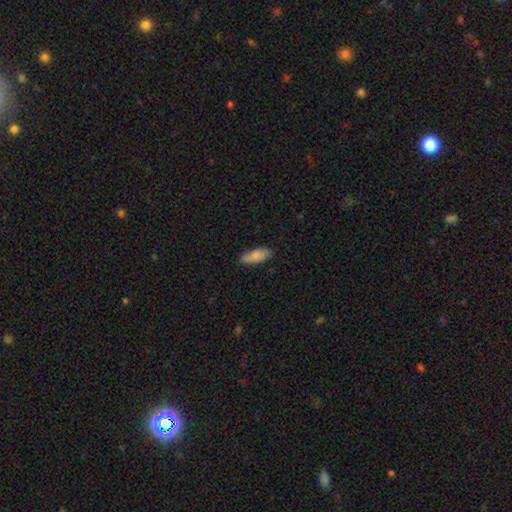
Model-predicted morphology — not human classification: Overall: smooth (82%). How rounded: in between (73%). Merging: none (82%).